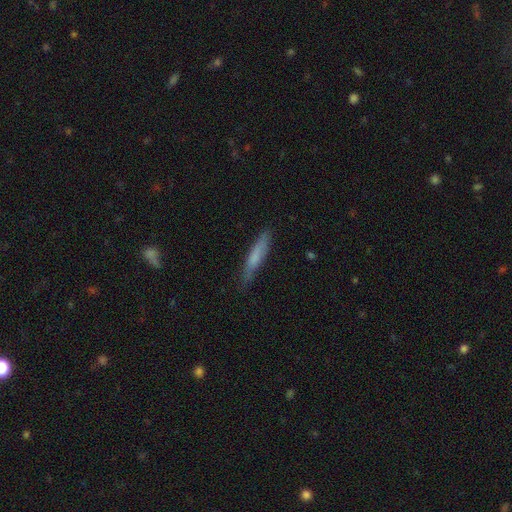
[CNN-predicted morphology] smooth 68%, featured or disk 26%, star or artifact 6%. Down the decision tree: how rounded — cigar-shaped (90%); merging — none (78%).